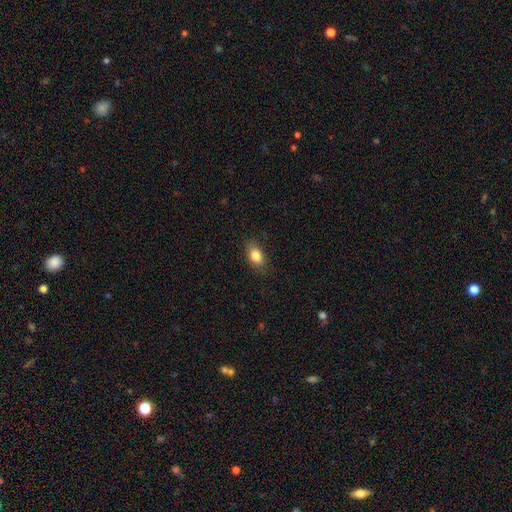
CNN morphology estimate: Smooth or featured? Predicted: smooth (p=0.84). How rounded? Predicted: in between (p=0.85). Merging? Predicted: none (p=0.83).